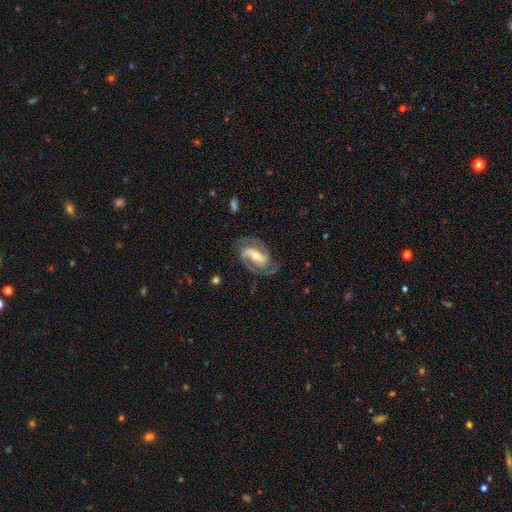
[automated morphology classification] Smooth or featured? Predicted: featured or disk (p=0.89). Edge-on disk? Predicted: no (p=0.96). Bar? Predicted: strong (p=0.52). Spiral arms? Predicted: yes (p=0.97). Spiral winding? Predicted: medium (p=0.50). Spiral arm count? Predicted: 2 (p=0.82). Bulge size? Predicted: moderate (p=0.50). Merging? Predicted: none (p=0.76).